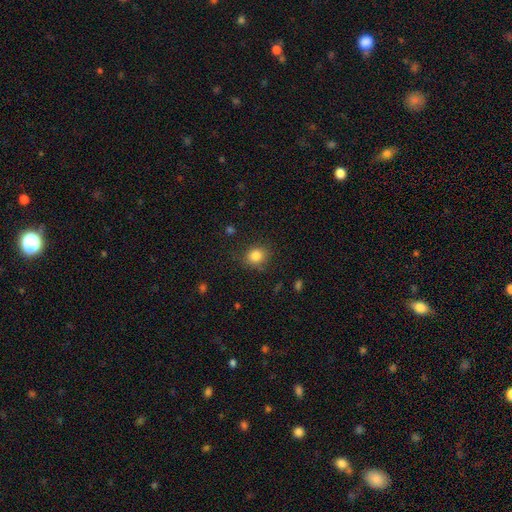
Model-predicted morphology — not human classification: A smooth galaxy with no disk features (84%) that is round (71%). Merging: none (80%).